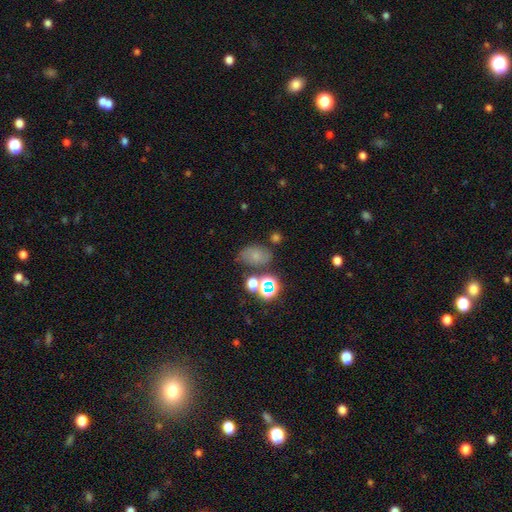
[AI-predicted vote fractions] A smooth galaxy with no disk features (61%) that is in between round and cigar-shaped (75%). Merging: none (62%).